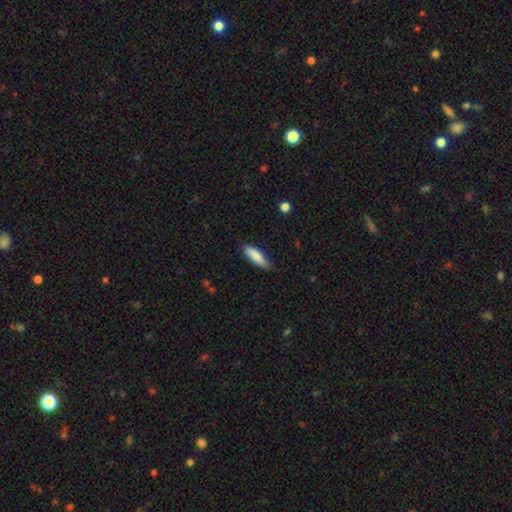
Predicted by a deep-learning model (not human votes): smooth_or_featured: smooth (p=0.87) [alt: featured or disk p=0.07]
how_rounded: in between (p=0.54) [alt: cigar-shaped p=0.44]
merging: none (p=0.77) [alt: minor disturbance p=0.19]